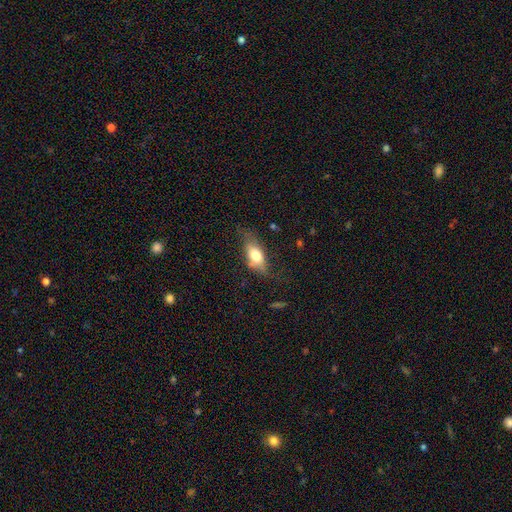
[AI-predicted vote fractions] smooth-or-featured: smooth: 68% | featured or disk: 25% | star or artifact: 7%
  how-rounded: in between: 80% | cigar-shaped: 15% | round: 5%
  merging: none: 55% | minor disturbance: 29% | major disturbance: 14% | merger: 2%